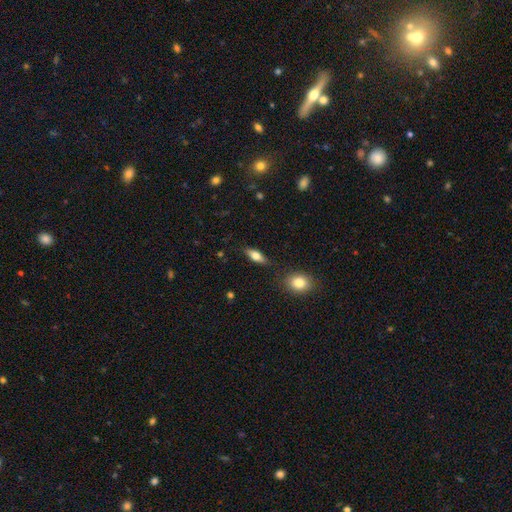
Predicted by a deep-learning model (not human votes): The model was most divided on "how rounded": in between: 70%, cigar-shaped: 27%, round: 3%. More confident: merging — none (83%); smooth or featured — smooth (69%).